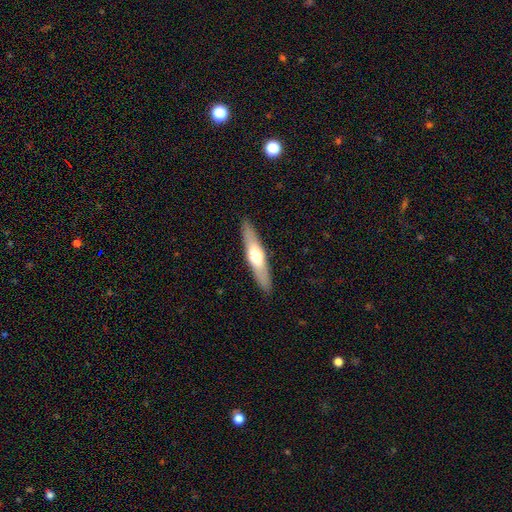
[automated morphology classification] type=featured or disk (49%); merging=none (90%).